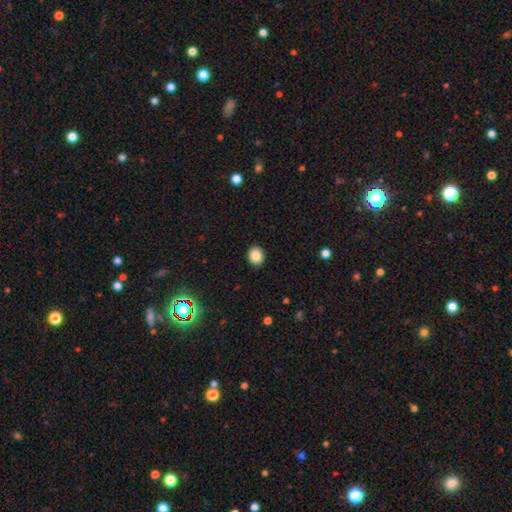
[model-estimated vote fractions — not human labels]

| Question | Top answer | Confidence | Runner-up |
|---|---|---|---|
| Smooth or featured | smooth | 85% | star or artifact (10%) |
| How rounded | round | 67% | in between (32%) |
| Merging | none | 92% | minor disturbance (6%) |